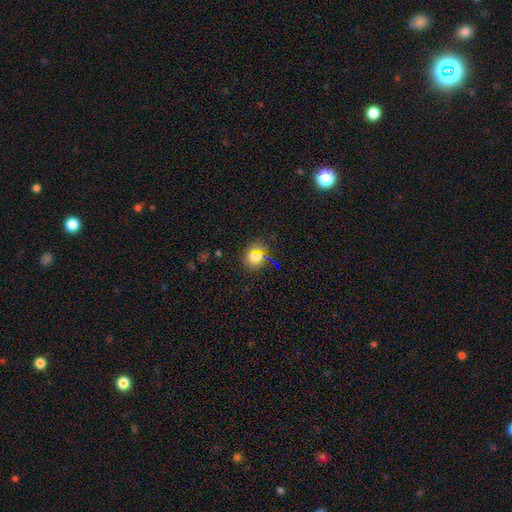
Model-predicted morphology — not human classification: smooth_or_featured: smooth (p=0.67) [alt: star or artifact p=0.25]
how_rounded: round (p=0.82) [alt: in between p=0.17]
merging: none (p=0.83) [alt: minor disturbance p=0.11]